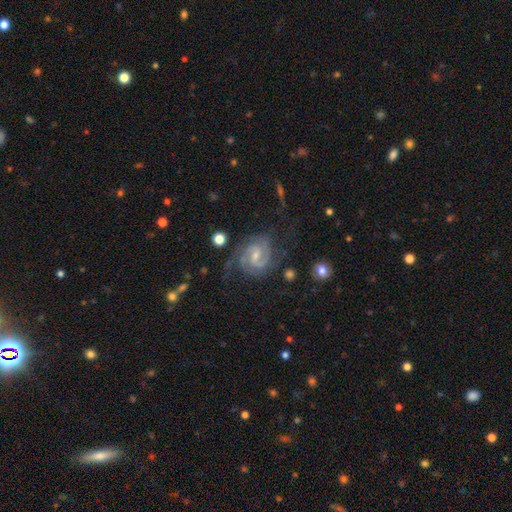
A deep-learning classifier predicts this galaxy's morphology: Smooth or featured? Predicted: featured or disk (p=0.89). Edge-on disk? Predicted: no (p=0.98). Bar? Predicted: weak (p=0.55). Spiral arms? Predicted: yes (p=0.98). Spiral winding? Predicted: medium (p=0.46). Spiral arm count? Predicted: 2 (p=0.75). Bulge size? Predicted: small (p=0.56). Merging? Predicted: none (p=0.66).